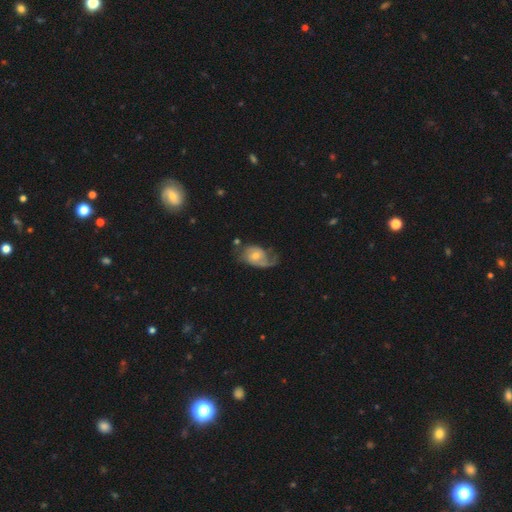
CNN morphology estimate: Smooth or featured? Predicted: featured or disk (p=0.70). Edge-on disk? Predicted: no (p=0.96). Bar? Predicted: no (p=0.61). Spiral arms? Predicted: yes (p=0.89). Spiral winding? Predicted: loose (p=0.40). Spiral arm count? Predicted: 2 (p=0.50). Bulge size? Predicted: moderate (p=0.47). Merging? Predicted: none (p=0.45).